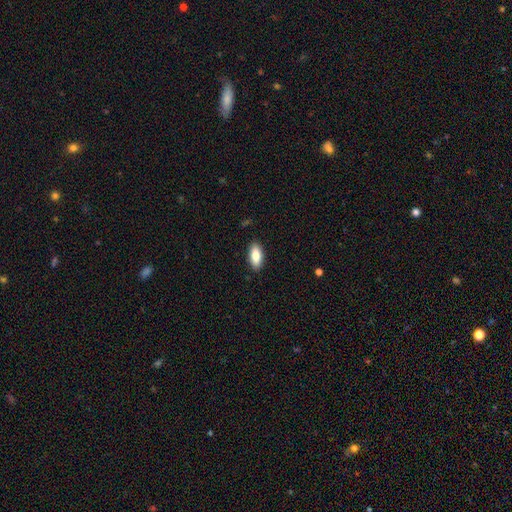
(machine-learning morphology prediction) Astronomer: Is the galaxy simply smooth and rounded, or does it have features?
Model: smooth — 85%.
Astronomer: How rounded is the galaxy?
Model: in between — 87%.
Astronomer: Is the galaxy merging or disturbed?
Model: none — 89%.